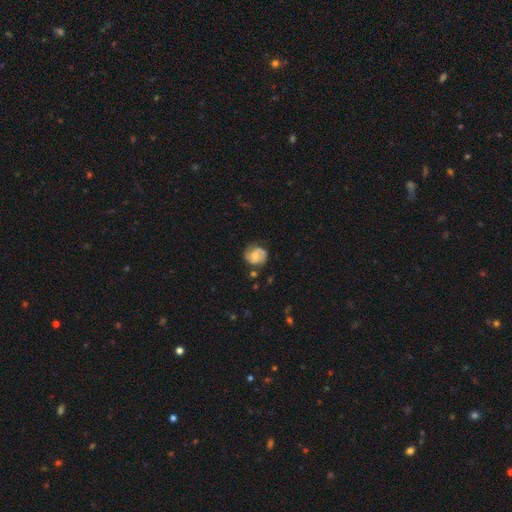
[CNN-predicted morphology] type=featured or disk (54%); edge-on=no (98%); bar=no (59%); spiral arms=yes (85%); bulge=moderate (48%); merging=none (67%).